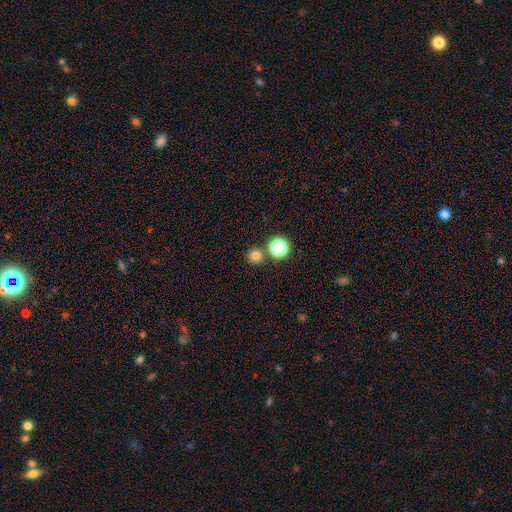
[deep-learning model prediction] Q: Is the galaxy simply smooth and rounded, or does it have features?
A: smooth — 77%.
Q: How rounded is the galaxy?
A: round — 94%.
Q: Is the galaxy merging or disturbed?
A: none — 76%.